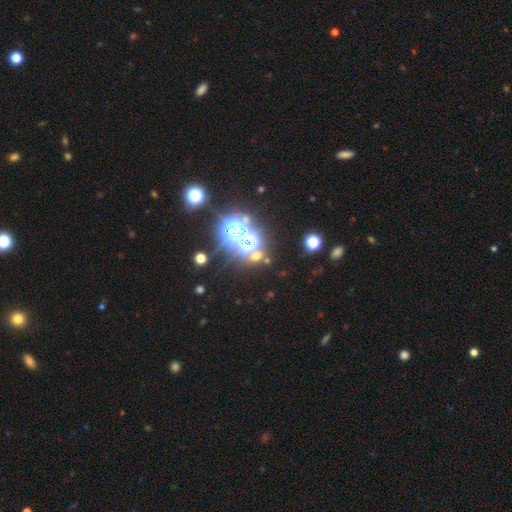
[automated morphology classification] Smooth or featured? Predicted: star or artifact (p=0.60).